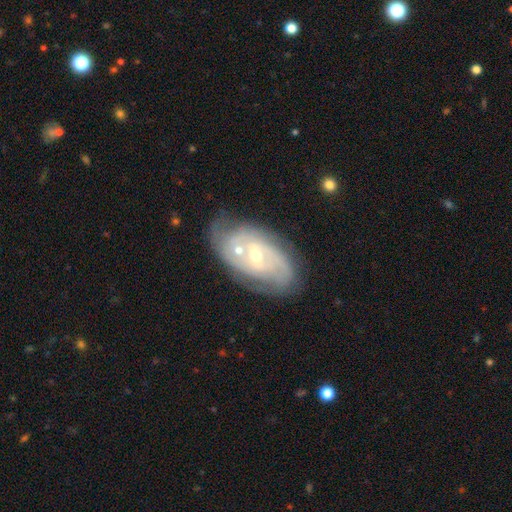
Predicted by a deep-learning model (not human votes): Morphology: type=featured or disk (81%); edge-on=no (95%); bar=no (47%); spiral arms=yes (92%); winding=tight (57%); arm count=2 (37%); bulge=small (55%); merging=none (64%).